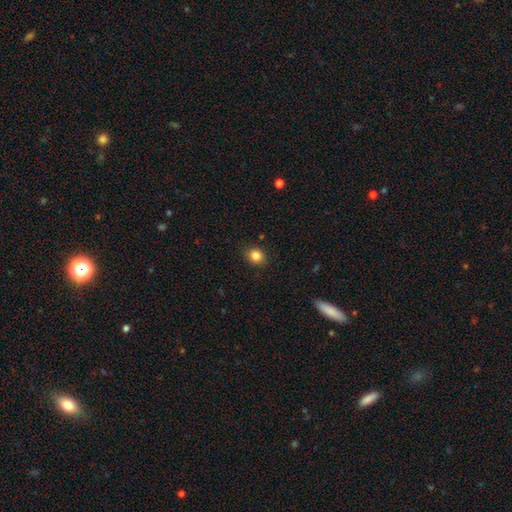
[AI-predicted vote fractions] Morphology: type=smooth (84%); roundness=round (69%); merging=none (88%).